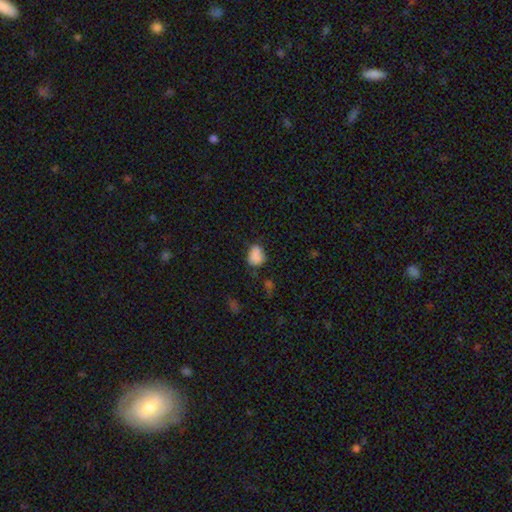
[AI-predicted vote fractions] A smooth galaxy with no disk features (83%) that is in between round and cigar-shaped (67%). Merging: none (57%).